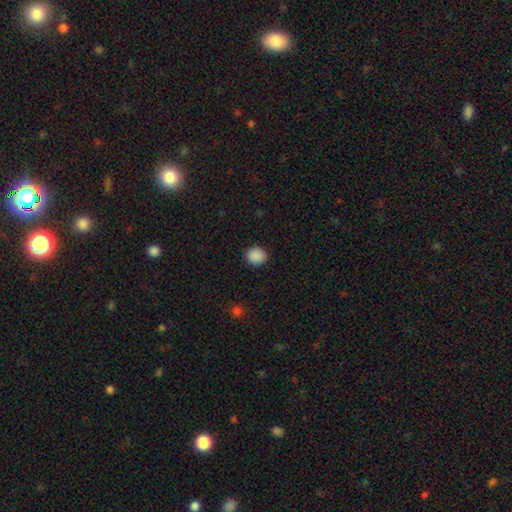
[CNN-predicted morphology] smooth-or-featured: smooth: 89% | star or artifact: 9% | featured or disk: 2%
  how-rounded: round: 67% | in between: 32% | cigar-shaped: 1%
  merging: none: 90% | minor disturbance: 7% | major disturbance: 2% | merger: 1%